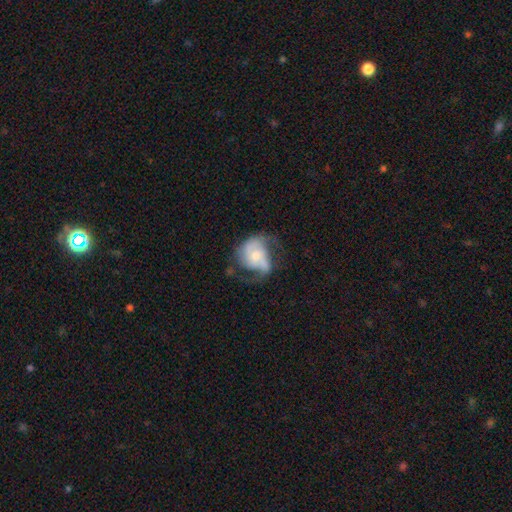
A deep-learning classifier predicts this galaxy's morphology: Smooth or featured?
  - featured or disk: 69% *
  - smooth: 24%
  - star or artifact: 7%
Edge-on disk?
  - no: 97% *
  - yes: 3%
Bar?
  - no: 60% *
  - weak: 31%
  - strong: 9%
Spiral arms?
  - yes: 85% *
  - no: 15%
Spiral winding?
  - medium: 42% *
  - loose: 40%
  - tight: 18%
Spiral arm count?
  - 2: 64% *
  - can't tell: 14%
  - 3: 10%
  - 1: 9%
  - 4: 2%
  - more than 4: 2%
Bulge size?
  - moderate: 46% *
  - small: 45%
  - large: 4%
  - none: 4%
  - dominant: 1%
Merging?
  - none: 41% *
  - major disturbance: 30%
  - minor disturbance: 24%
  - merger: 5%